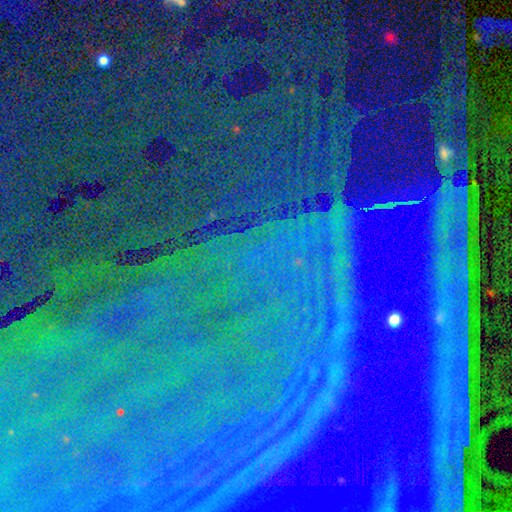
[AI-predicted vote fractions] Smooth or featured: star or artifact — 88% (featured or disk — 6%)